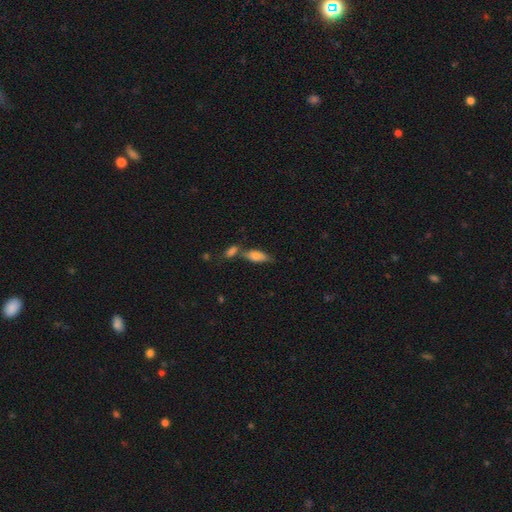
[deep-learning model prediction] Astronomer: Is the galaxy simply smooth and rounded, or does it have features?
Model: smooth — 74%.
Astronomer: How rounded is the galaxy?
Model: in between — 70%.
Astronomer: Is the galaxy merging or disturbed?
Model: none — 46% (runner-up: merger, 35%).